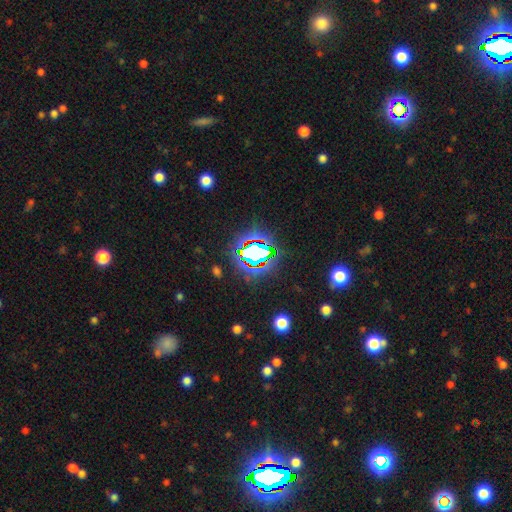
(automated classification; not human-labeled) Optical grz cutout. It shows a star or artifact, not a galaxy (69%).